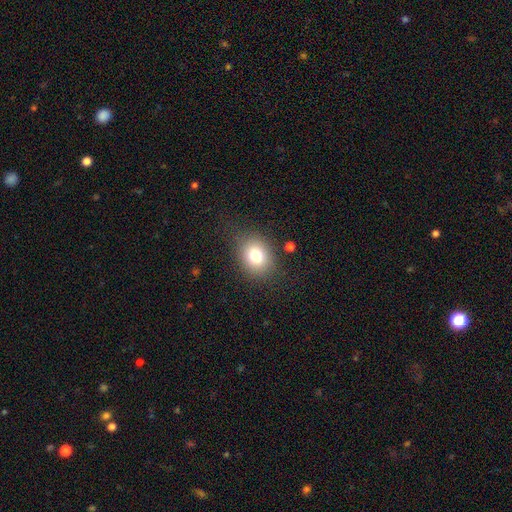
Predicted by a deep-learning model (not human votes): A smooth galaxy with no disk features (78%) that is round (50%, tied with in between). Merging: none (82%).